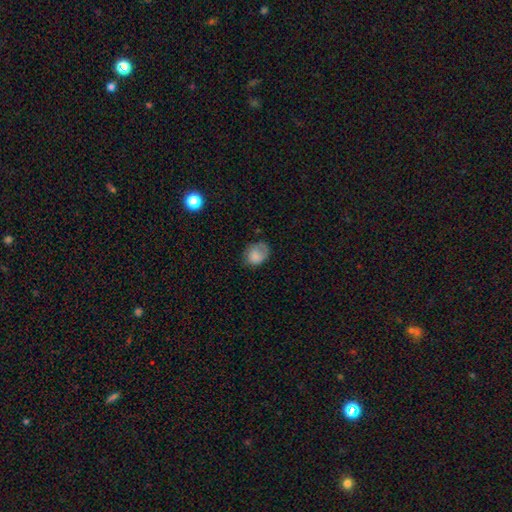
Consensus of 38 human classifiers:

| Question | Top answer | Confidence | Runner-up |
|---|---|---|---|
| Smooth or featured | smooth | 74% | featured or disk (18%) |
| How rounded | in between | 54% | round (46%) |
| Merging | none | 49% | minor disturbance (37%) |